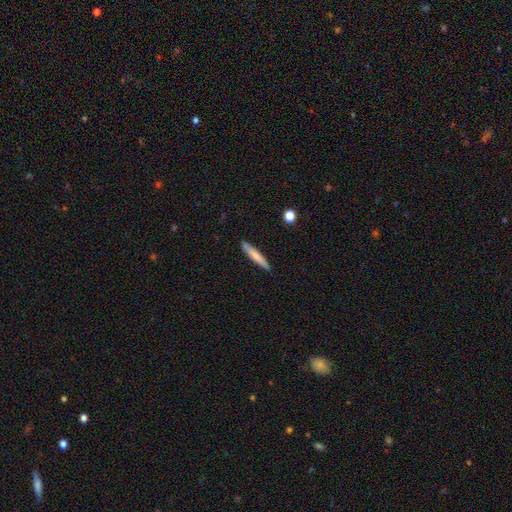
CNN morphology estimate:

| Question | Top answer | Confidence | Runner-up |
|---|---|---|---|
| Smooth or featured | smooth | 73% | featured or disk (21%) |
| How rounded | cigar-shaped | 92% | in between (7%) |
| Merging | none | 87% | minor disturbance (10%) |